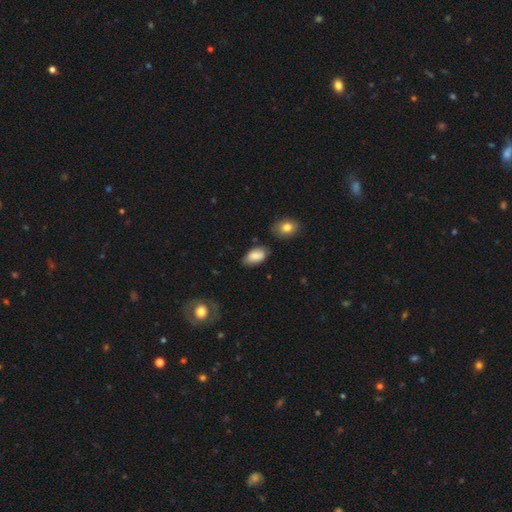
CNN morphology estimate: A smooth galaxy with no disk features (83%) that is in between round and cigar-shaped (94%). Merging: none (73%).